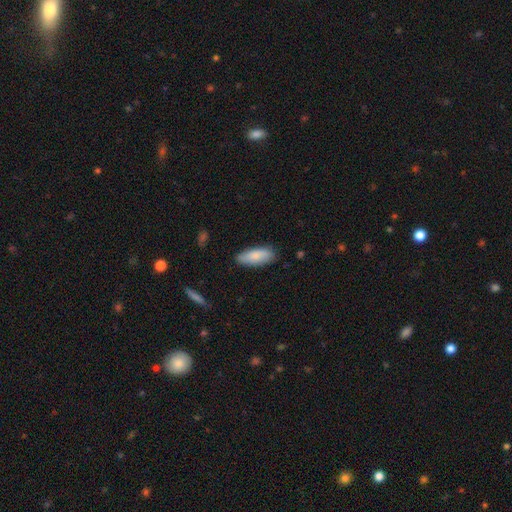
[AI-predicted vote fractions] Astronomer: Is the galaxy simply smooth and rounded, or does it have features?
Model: smooth — 86%.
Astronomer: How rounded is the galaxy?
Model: in between — 70%.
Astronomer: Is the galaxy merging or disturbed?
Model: none — 84%.